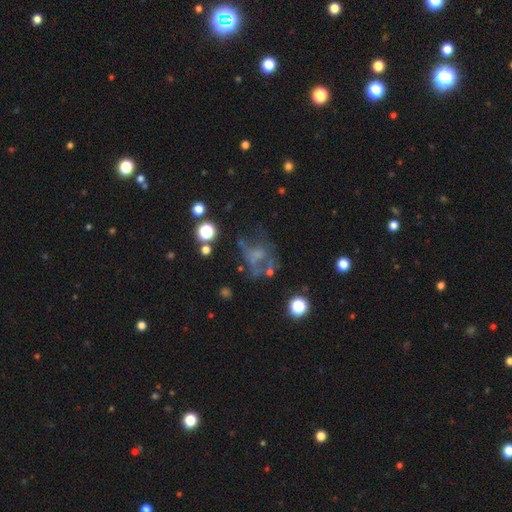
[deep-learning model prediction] The model was most divided on "merging": none: 38%, major disturbance: 33%, minor disturbance: 18%, merger: 11%. Remaining: smooth or featured — featured or disk (46%).